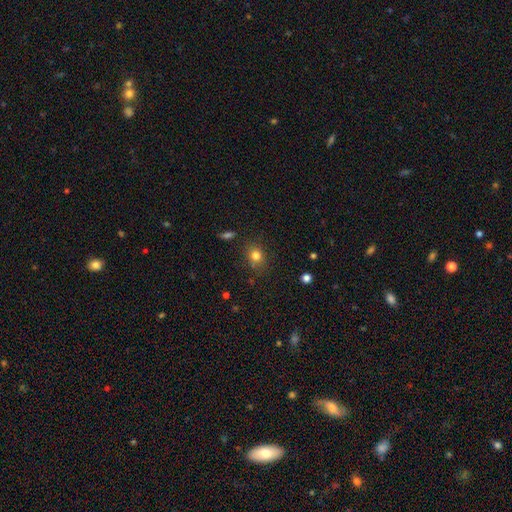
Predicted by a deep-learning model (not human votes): Overall: smooth (79%). How rounded: round (65%; in between 34%). Merging: none (79%).